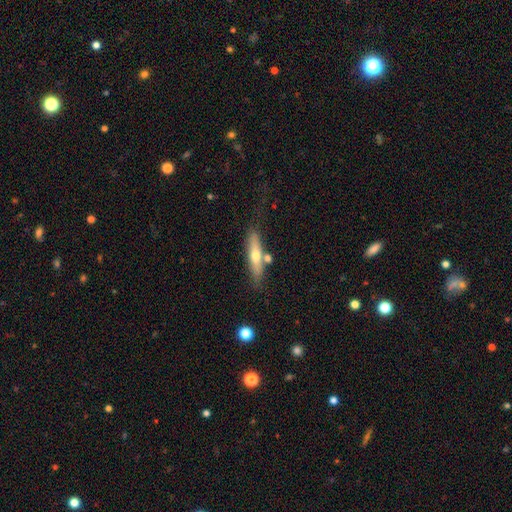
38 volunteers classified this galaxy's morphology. Smooth or featured? 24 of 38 (63%) said smooth. How rounded? 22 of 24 (92%) said cigar-shaped. Merging? 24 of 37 (65%) said none.